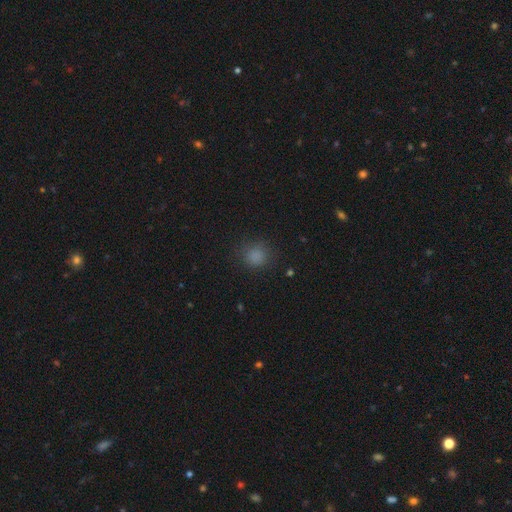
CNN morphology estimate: Q: Smooth or featured?
A: smooth (83%); runner-up: star or artifact (13%)
Q: How rounded?
A: round (87%); runner-up: in between (12%)
Q: Merging?
A: none (82%); runner-up: minor disturbance (12%)